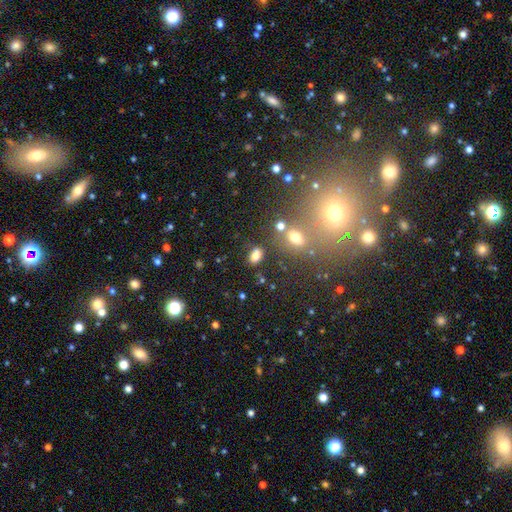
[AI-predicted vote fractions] smooth_or_featured: smooth (p=0.79) [alt: star or artifact p=0.13]
how_rounded: in between (p=0.84) [alt: round p=0.13]
merging: none (p=0.74) [alt: minor disturbance p=0.13]